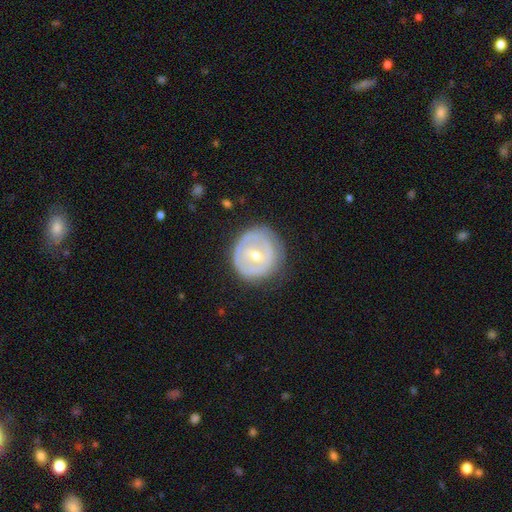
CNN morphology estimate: Q: Smooth or featured?
A: featured or disk (65%); runner-up: smooth (30%)
Q: Edge-on disk?
A: no (96%); runner-up: yes (4%)
Q: Bar?
A: no (48%); runner-up: weak (39%)
Q: Spiral arms?
A: no (55%); runner-up: yes (45%)
Q: Bulge size?
A: moderate (60%); runner-up: small (36%)
Q: Merging?
A: none (73%); runner-up: minor disturbance (19%)